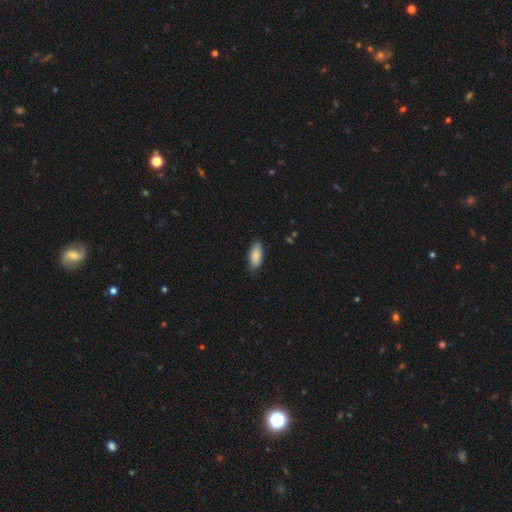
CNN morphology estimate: type=smooth (88%); roundness=in between (89%); merging=none (82%).